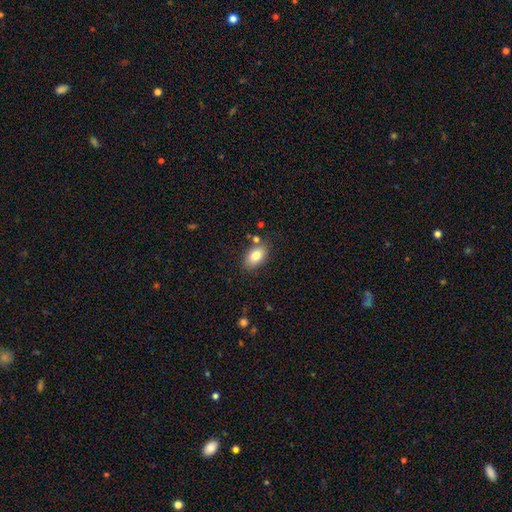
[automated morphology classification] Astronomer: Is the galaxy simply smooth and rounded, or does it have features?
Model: smooth — 81%.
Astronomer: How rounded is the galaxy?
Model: in between — 90%.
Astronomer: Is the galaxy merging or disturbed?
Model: none — 79%.